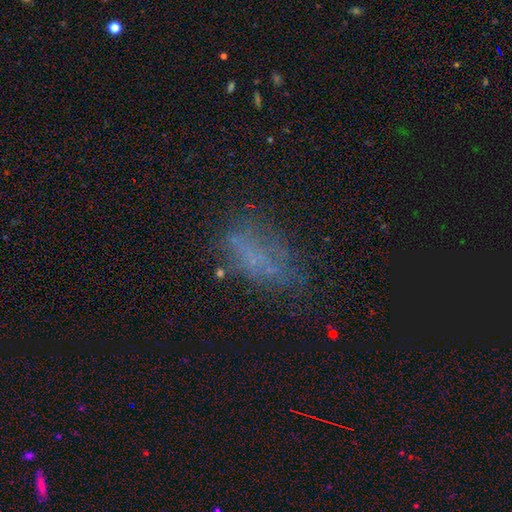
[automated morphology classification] Smooth or featured? Predicted: smooth (p=0.43). Merging? Predicted: none (p=0.52).